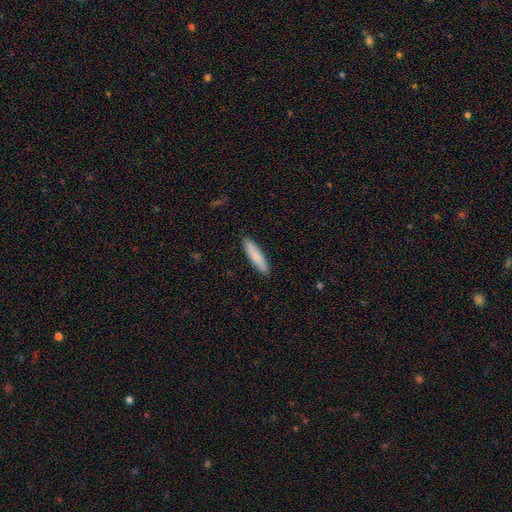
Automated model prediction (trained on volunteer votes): Q: Smooth or featured?
A: smooth (83%); runner-up: featured or disk (12%)
Q: How rounded?
A: cigar-shaped (76%); runner-up: in between (22%)
Q: Merging?
A: none (90%); runner-up: minor disturbance (8%)